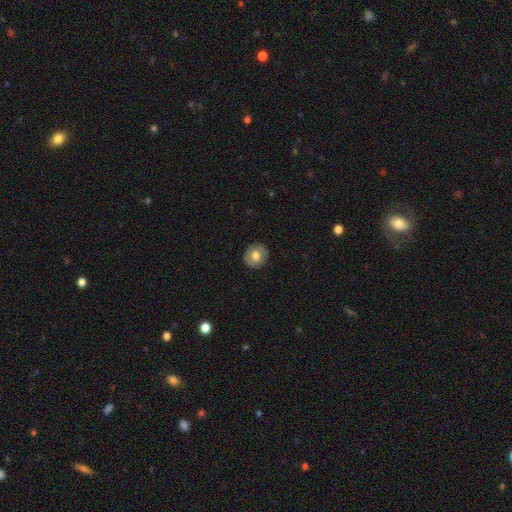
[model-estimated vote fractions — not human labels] Smooth or featured? smooth (71%)
How rounded? round (81%)
Merging? none (90%)